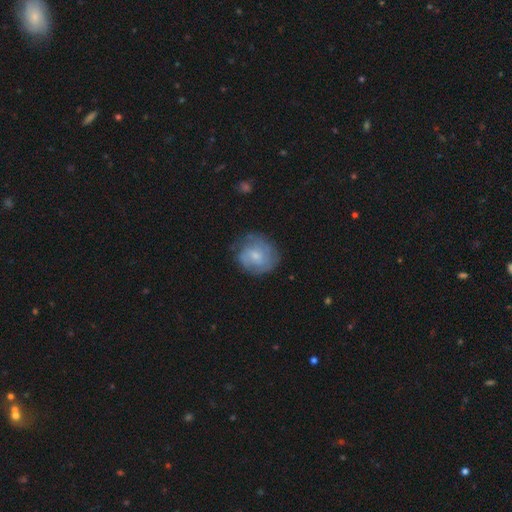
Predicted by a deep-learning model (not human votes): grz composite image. It shows a featured or disk galaxy (50%). Merging: none (69%).